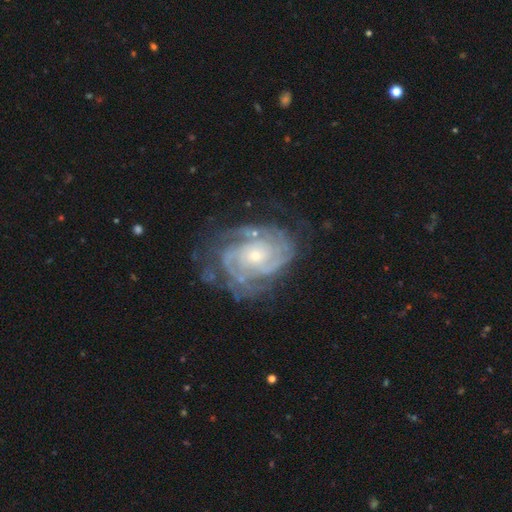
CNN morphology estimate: featured or disk 89%, smooth 6%, star or artifact 5%. Down the decision tree: edge-on disk — no (97%); bar — no (74%); spiral arms — yes (96%); spiral arm count — 2 (32%); spiral winding — tight (67%); bulge size — small (64%); merging — none (64%).